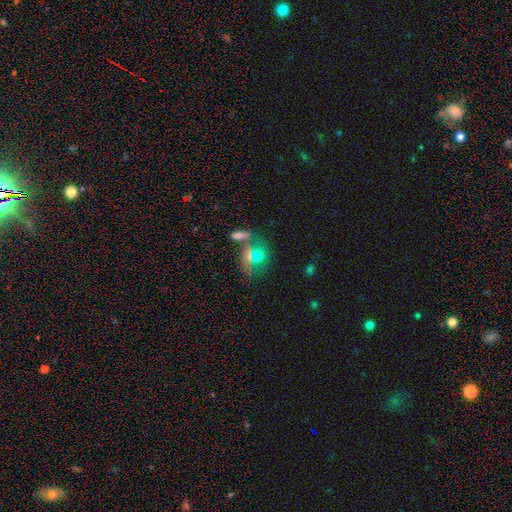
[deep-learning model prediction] Smooth or featured? Predicted: smooth (p=0.58). How rounded? Predicted: in between (p=0.55). Merging? Predicted: none (p=0.46).